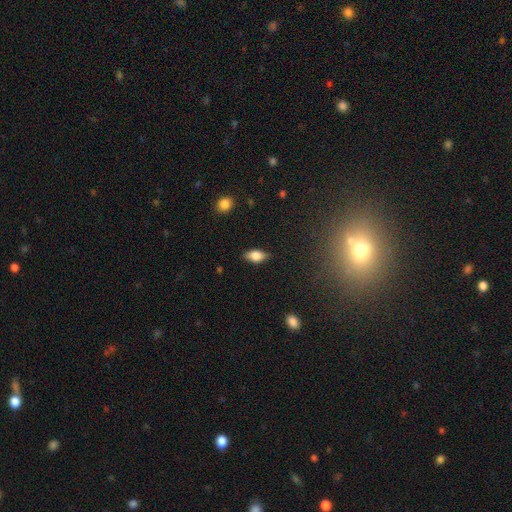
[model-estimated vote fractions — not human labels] This is likely a smooth galaxy (74%). How rounded: clearly in between (87%). Merging: clearly none (84%).